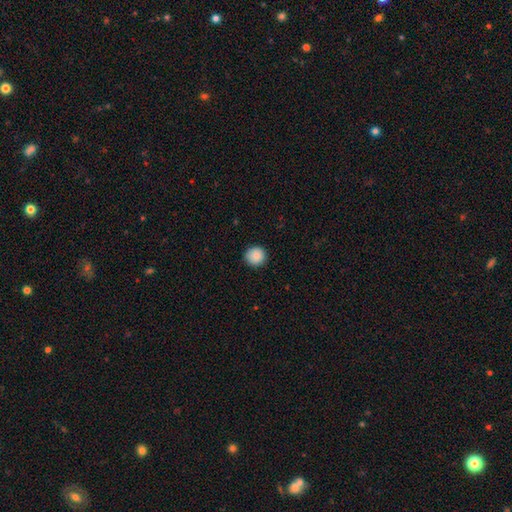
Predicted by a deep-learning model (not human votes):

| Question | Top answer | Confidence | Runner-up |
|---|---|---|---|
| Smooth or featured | smooth | 89% | star or artifact (8%) |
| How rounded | round | 93% | in between (6%) |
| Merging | none | 91% | minor disturbance (7%) |